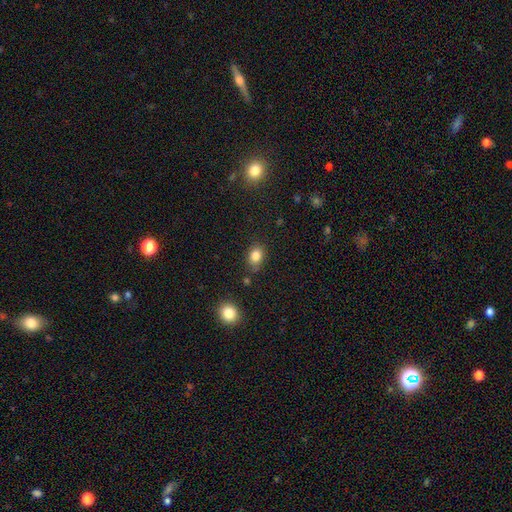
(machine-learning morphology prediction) type=smooth (83%); roundness=in between (63%); merging=none (77%).